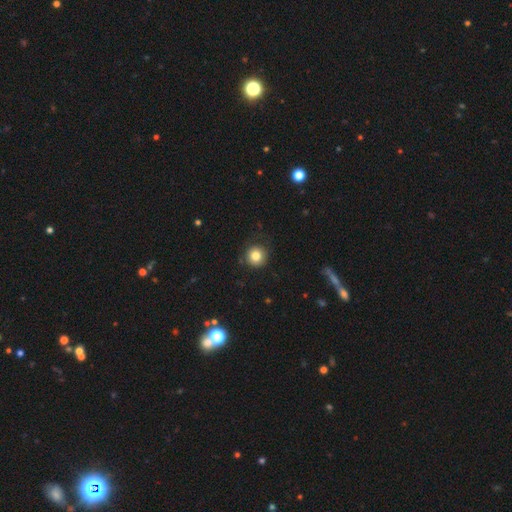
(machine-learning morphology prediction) Overall: smooth (81%). How rounded: round (94%). Merging: none (85%).